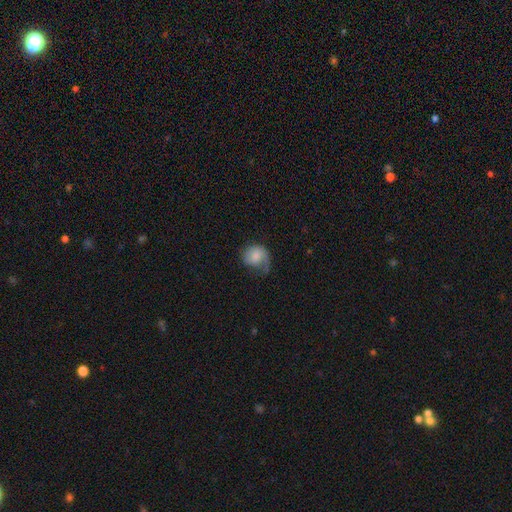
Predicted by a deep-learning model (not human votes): The model was most divided on "merging": none: 38%, major disturbance: 33%, minor disturbance: 27%, merger: 2%. More confident: how rounded — round (69%); smooth or featured — smooth (51%).